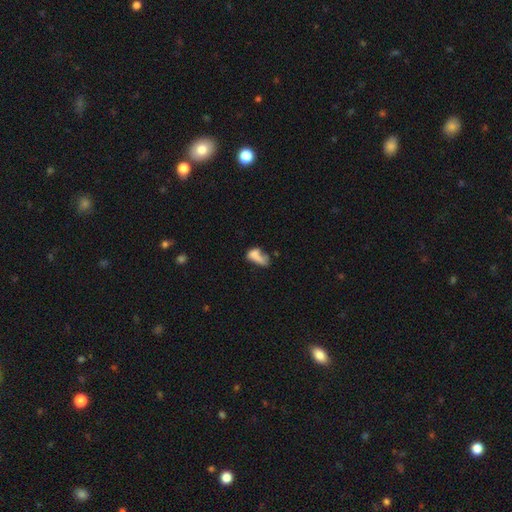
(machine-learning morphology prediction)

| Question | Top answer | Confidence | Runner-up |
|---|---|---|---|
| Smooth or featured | smooth | 65% | featured or disk (23%) |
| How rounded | in between | 79% | cigar-shaped (15%) |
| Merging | merger | 30% | major disturbance (27%) |